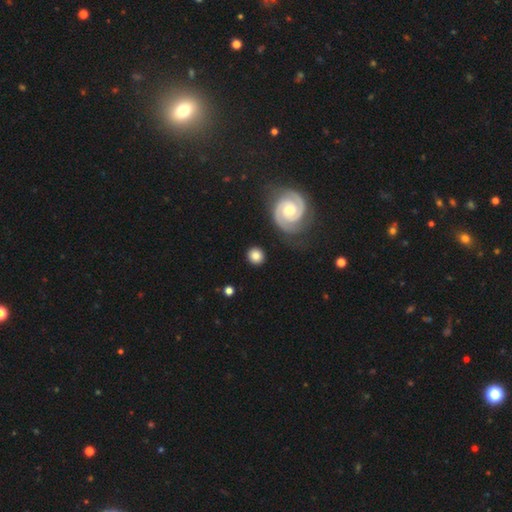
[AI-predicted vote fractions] smooth 72%, featured or disk 21%, star or artifact 7%. Down the decision tree: how rounded — round (87%); merging — none (86%).